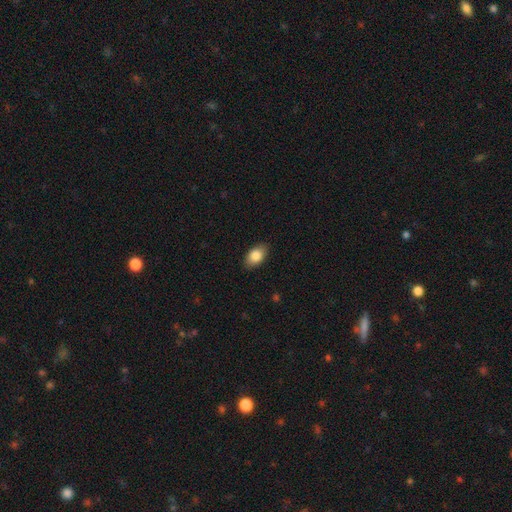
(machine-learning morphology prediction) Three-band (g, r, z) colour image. It shows a smooth galaxy with no disk features (85%) that is in between round and cigar-shaped (91%). Merging: none (86%).